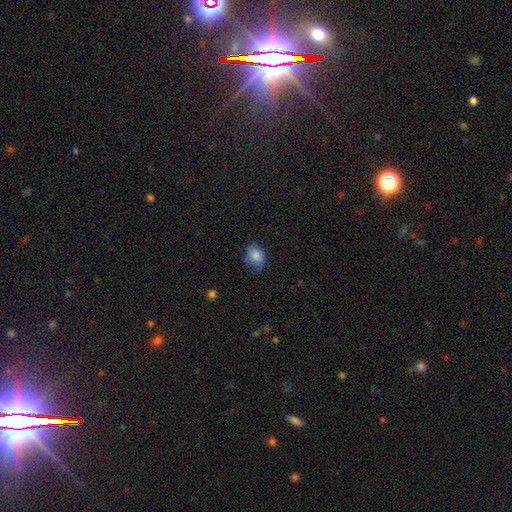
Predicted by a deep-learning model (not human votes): A smooth galaxy with no disk features (83%) that is in between round and cigar-shaped (55%). Merging: none (69%).